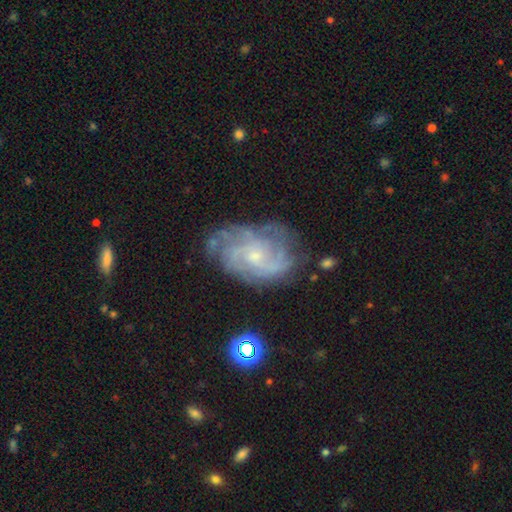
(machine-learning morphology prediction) smooth-or-featured: featured or disk: 81% | smooth: 11% | star or artifact: 8%
  disk-edge-on: no: 97% | yes: 3%
    bar: no: 68% | weak: 28% | strong: 4%
    has-spiral-arms: yes: 92% | no: 8%
      spiral-winding: tight: 51% | medium: 38% | loose: 11%
      spiral-arm-count: can't tell: 37% | 3: 19% | 4: 17% | 2: 16% | more than 4: 6% | 1: 5%
    bulge-size: small: 67% | moderate: 26% | none: 4% | large: 1% | dominant: 1%
  merging: none: 68% | minor disturbance: 21% | major disturbance: 9% | merger: 2%